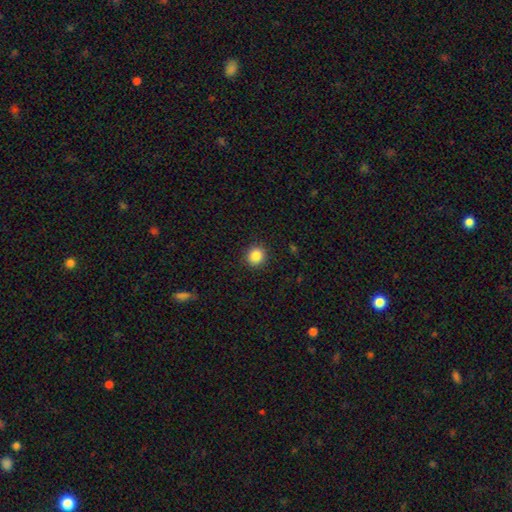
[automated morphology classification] Smooth or featured? smooth (86%)
How rounded? round (89%)
Merging? none (91%)